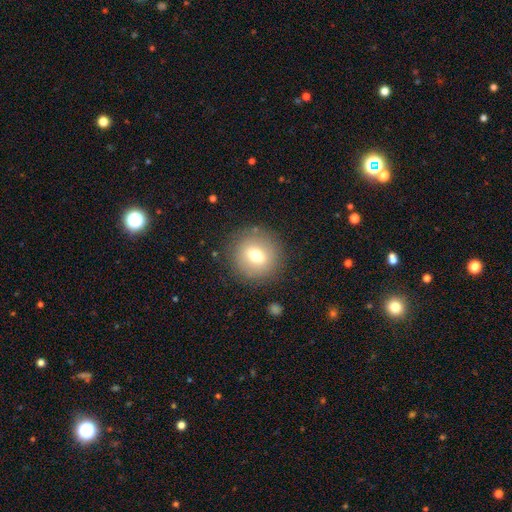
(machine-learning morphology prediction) Smooth or featured? Predicted: smooth (p=0.68). How rounded? Predicted: round (p=0.91). Merging? Predicted: none (p=0.86).